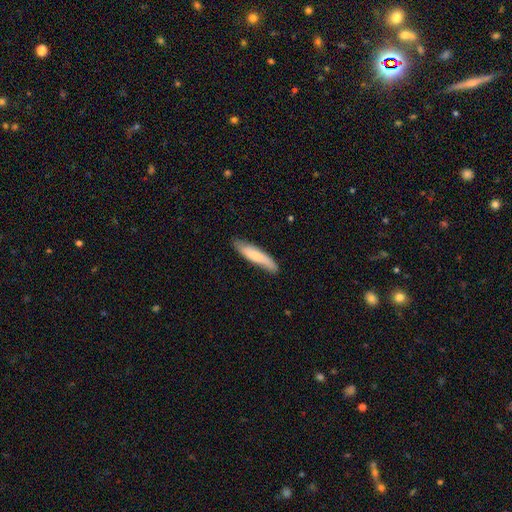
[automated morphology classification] Smooth or featured?
  - smooth: 73% *
  - featured or disk: 22%
  - star or artifact: 5%
How rounded?
  - cigar-shaped: 81% *
  - in between: 17%
  - round: 1%
Merging?
  - none: 78% *
  - minor disturbance: 17%
  - major disturbance: 3%
  - merger: 1%